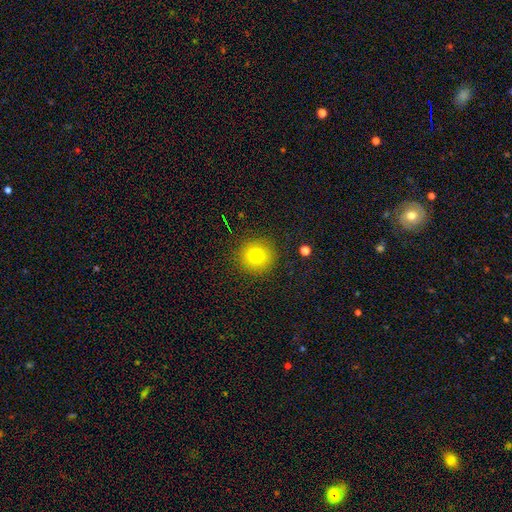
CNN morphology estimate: Q: Smooth or featured?
A: smooth (79%); runner-up: star or artifact (13%)
Q: How rounded?
A: round (92%); runner-up: in between (7%)
Q: Merging?
A: none (90%); runner-up: minor disturbance (6%)